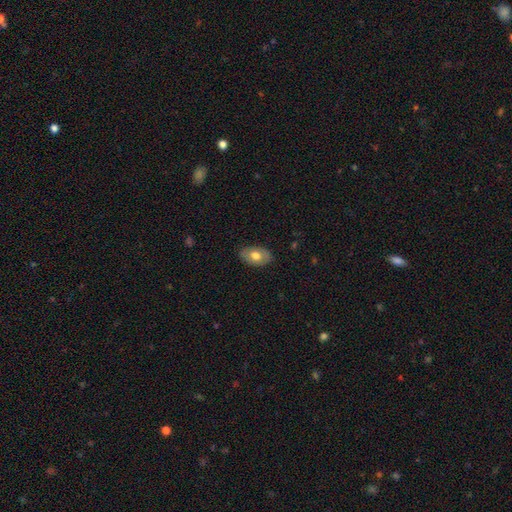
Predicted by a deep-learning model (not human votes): Smooth or featured? smooth (68%)
How rounded? in between (90%)
Merging? none (85%)